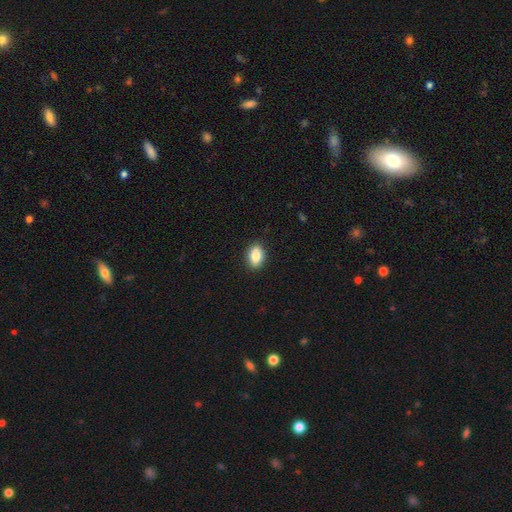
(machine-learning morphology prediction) smooth_or_featured: smooth (p=0.85) [alt: star or artifact p=0.07]
how_rounded: in between (p=0.87) [alt: round p=0.10]
merging: none (p=0.90) [alt: minor disturbance p=0.08]